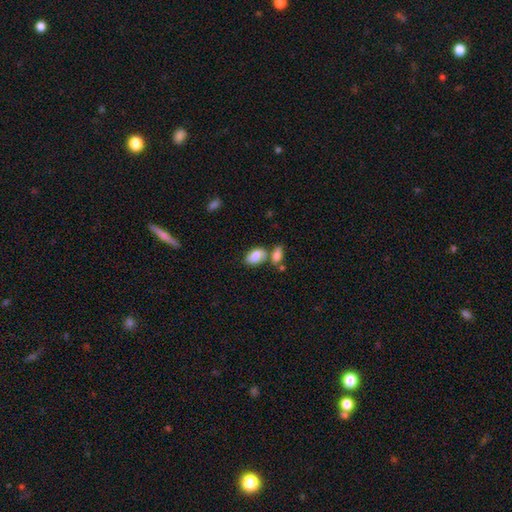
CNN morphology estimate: Smooth or featured: smooth — 78% (featured or disk — 14%)
How rounded: in between — 90% (round — 8%)
Merging: none — 45% (merger — 34%)